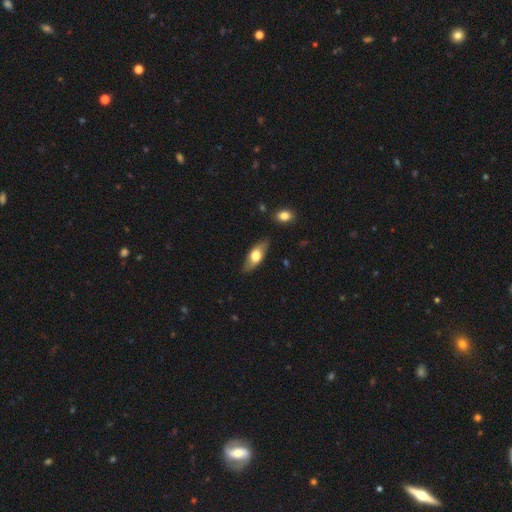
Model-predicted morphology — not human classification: Smooth or featured? Predicted: smooth (p=0.63). How rounded? Predicted: in between (p=0.76). Merging? Predicted: none (p=0.84).